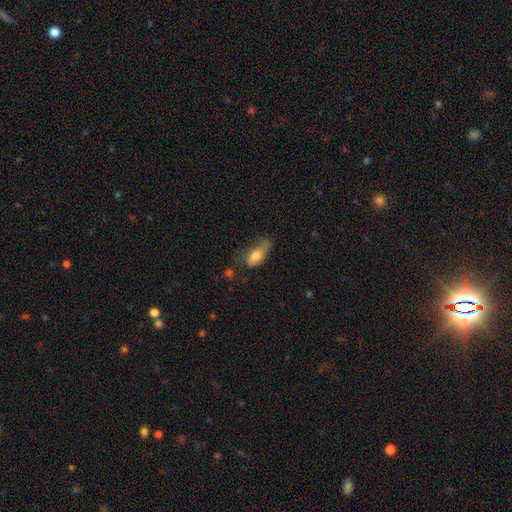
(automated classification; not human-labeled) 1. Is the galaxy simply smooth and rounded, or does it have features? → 73% smooth, 19% featured or disk, 8% star or artifact.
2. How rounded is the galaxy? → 84% in between, 10% cigar-shaped, 6% round.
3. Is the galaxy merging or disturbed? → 34% minor disturbance, 31% none, 28% major disturbance, 7% merger.